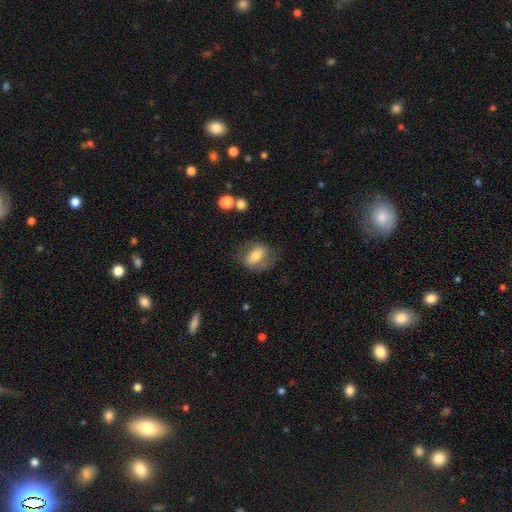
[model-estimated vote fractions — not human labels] Smooth or featured? smooth (57%)
How rounded? in between (75%)
Merging? none (66%)